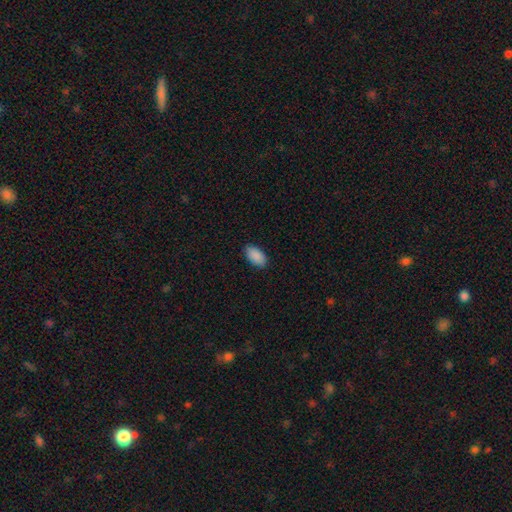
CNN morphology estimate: Smooth or featured: smooth — 90% (star or artifact — 7%)
How rounded: in between — 95% (round — 3%)
Merging: none — 88% (minor disturbance — 9%)